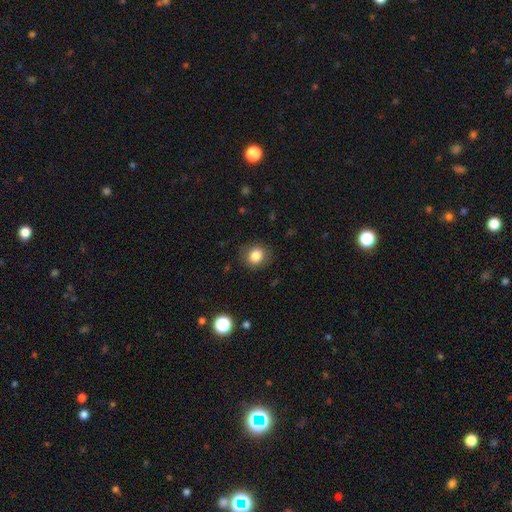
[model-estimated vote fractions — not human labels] The model was most divided on "how rounded": round: 75%, in between: 24%, cigar-shaped: 1%. More confident: merging — none (84%); smooth or featured — smooth (84%).